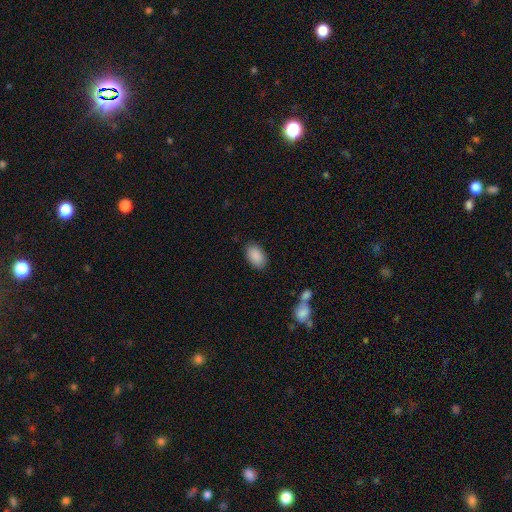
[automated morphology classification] This is clearly a smooth galaxy (90%). How rounded: clearly in between (90%). Merging: clearly none (85%).